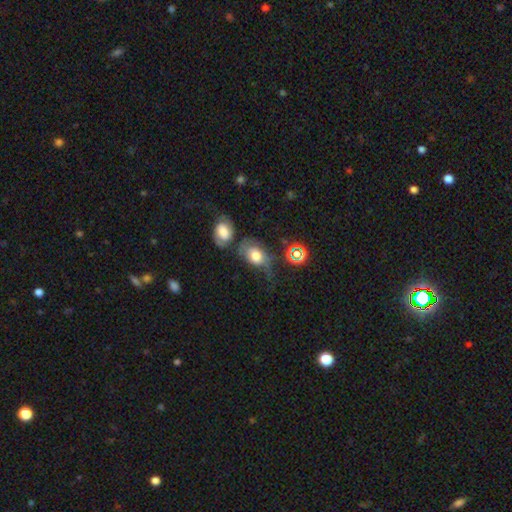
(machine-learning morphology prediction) This appears to be a smooth galaxy with no disk features (62%) that is in between round and cigar-shaped (75%). Merging: none (32%).